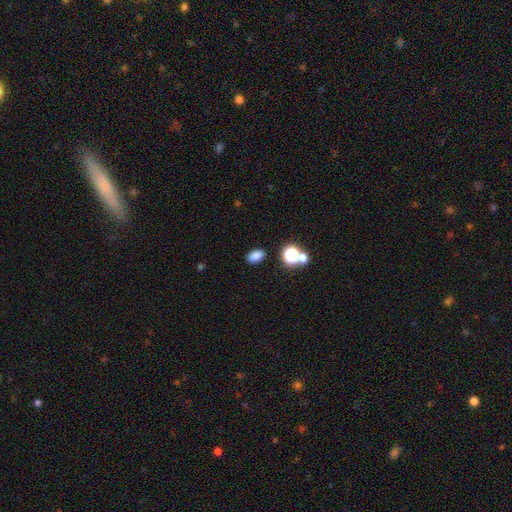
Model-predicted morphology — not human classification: smooth_or_featured: smooth (p=0.81) [alt: star or artifact p=0.15]
how_rounded: in between (p=0.82) [alt: round p=0.17]
merging: none (p=0.85) [alt: minor disturbance p=0.09]